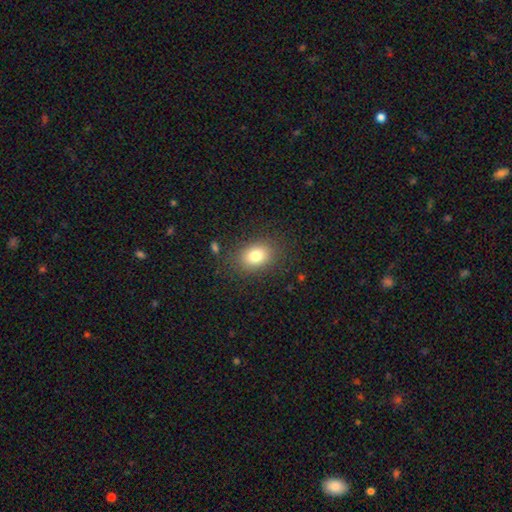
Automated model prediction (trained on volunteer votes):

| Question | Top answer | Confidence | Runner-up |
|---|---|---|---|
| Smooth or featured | smooth | 81% | star or artifact (10%) |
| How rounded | in between | 65% | round (34%) |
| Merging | none | 83% | minor disturbance (11%) |